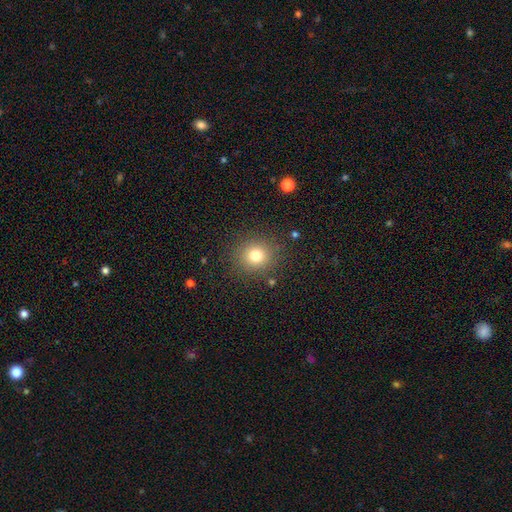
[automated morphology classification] This is likely a smooth galaxy (78%). How rounded: clearly round (88%). Merging: clearly none (87%).